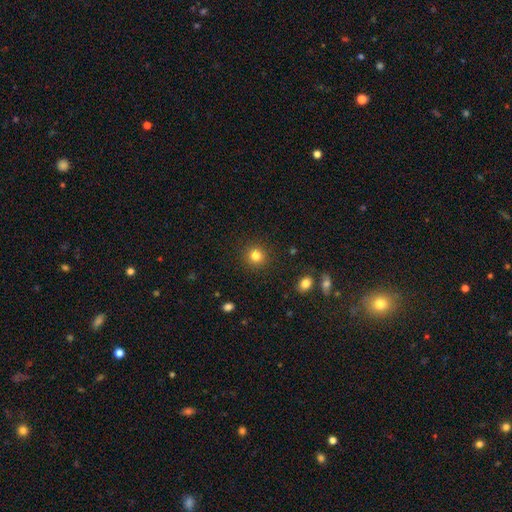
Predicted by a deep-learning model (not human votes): Smooth or featured?
  - smooth: 82% *
  - star or artifact: 12%
  - featured or disk: 6%
How rounded?
  - round: 92% *
  - in between: 7%
  - cigar-shaped: 1%
Merging?
  - none: 91% *
  - minor disturbance: 6%
  - major disturbance: 2%
  - merger: 1%